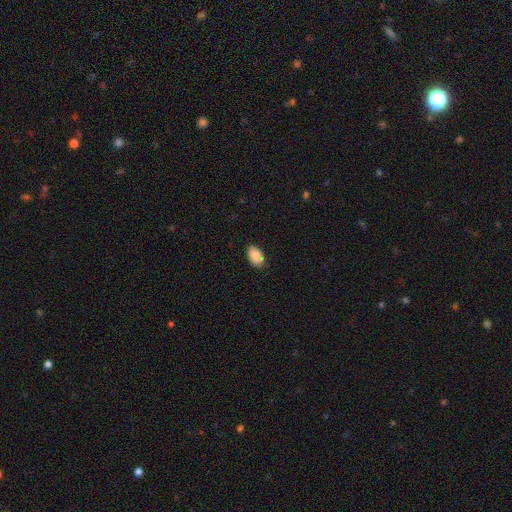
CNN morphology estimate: Smooth or featured?
  - smooth: 86% *
  - star or artifact: 8%
  - featured or disk: 6%
How rounded?
  - in between: 92% *
  - round: 7%
  - cigar-shaped: 1%
Merging?
  - none: 81% *
  - minor disturbance: 15%
  - major disturbance: 3%
  - merger: 2%